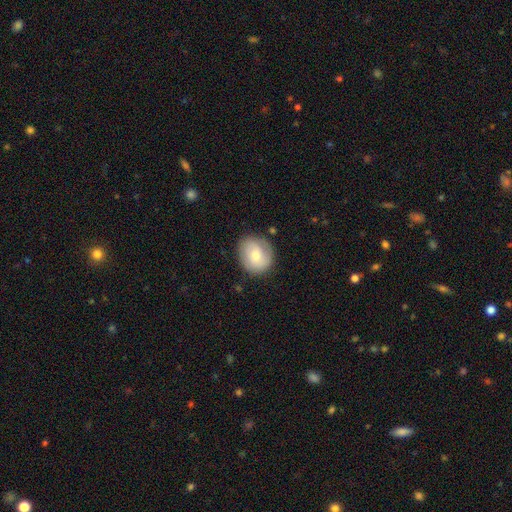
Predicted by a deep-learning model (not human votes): A smooth galaxy with no disk features (62%) that is round (69%). Merging: none (79%).